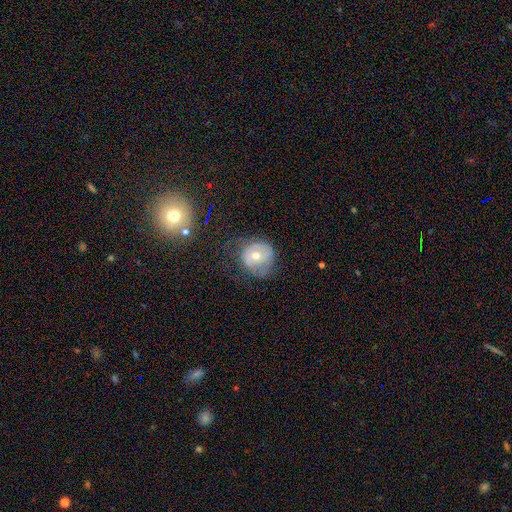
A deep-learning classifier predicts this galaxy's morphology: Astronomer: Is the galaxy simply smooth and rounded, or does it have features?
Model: smooth — 48% (runner-up: featured or disk, 43%).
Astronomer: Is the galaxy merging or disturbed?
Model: none — 51% (runner-up: minor disturbance, 28%).